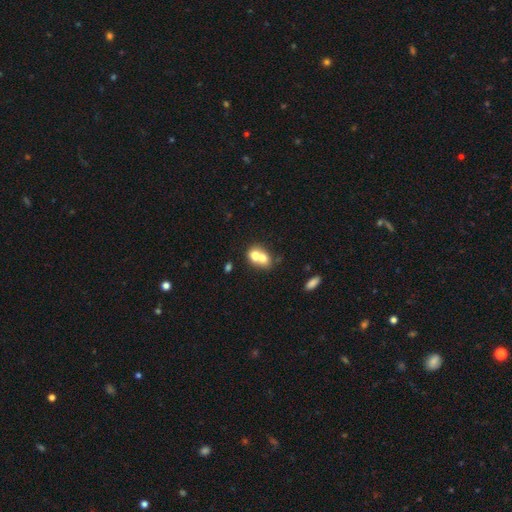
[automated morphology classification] The model was most divided on "how rounded": round: 54%, in between: 45%, cigar-shaped: 1%. More confident: merging — merger (73%); smooth or featured — smooth (67%).